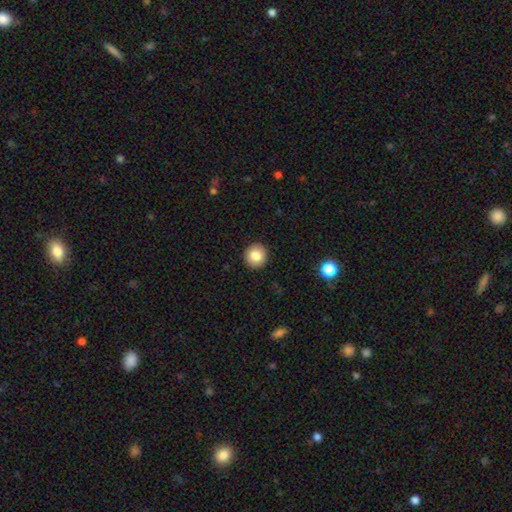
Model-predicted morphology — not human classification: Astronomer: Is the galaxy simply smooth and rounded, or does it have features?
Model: smooth — 82%.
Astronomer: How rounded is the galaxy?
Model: round — 93%.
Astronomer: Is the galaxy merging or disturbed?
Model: none — 93%.